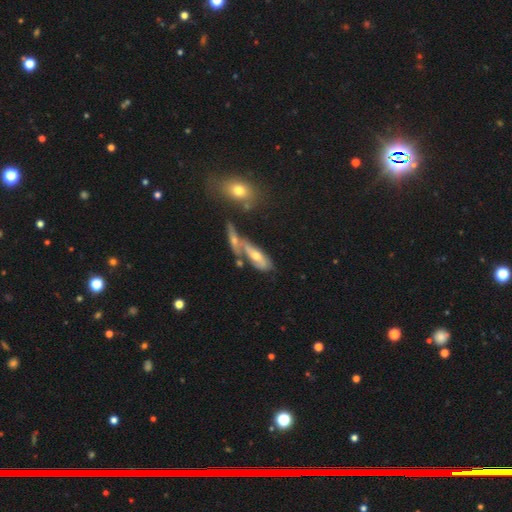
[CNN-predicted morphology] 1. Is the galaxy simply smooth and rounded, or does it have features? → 50% featured or disk, 40% smooth, 10% star or artifact.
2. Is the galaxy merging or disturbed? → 44% merger, 31% none, 15% minor disturbance, 10% major disturbance.